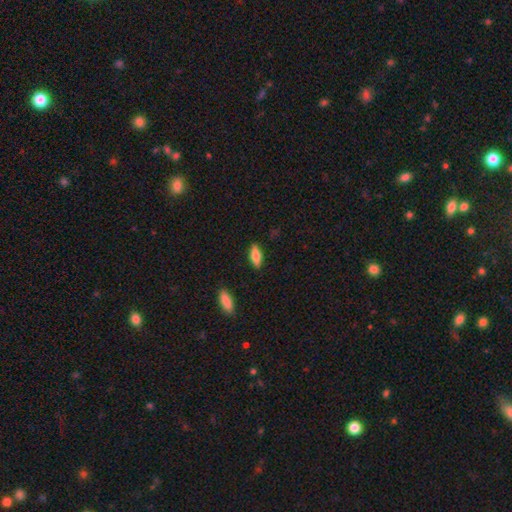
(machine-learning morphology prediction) This is likely a smooth galaxy (66%). How rounded: likely in between (68%). Merging: clearly none (87%).